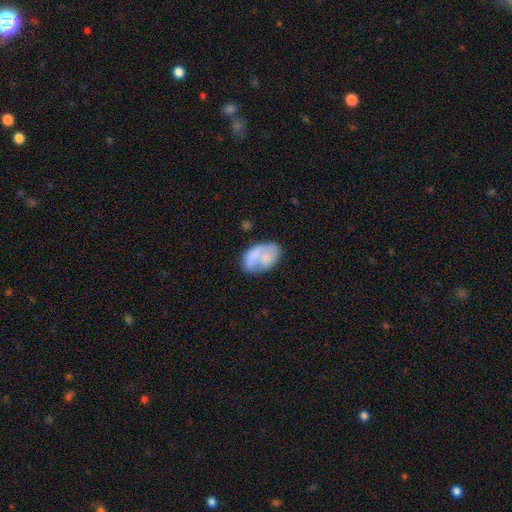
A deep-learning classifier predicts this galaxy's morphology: Smooth or featured? smooth (63%)
How rounded? in between (90%)
Merging? none (44%)